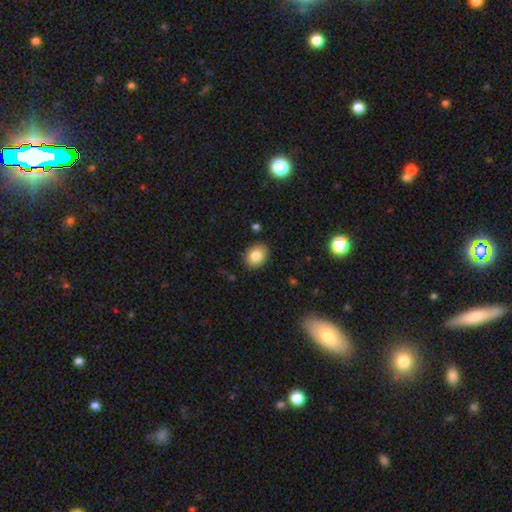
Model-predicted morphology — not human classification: The model was most divided on "how rounded": in between: 58%, round: 41%, cigar-shaped: 1%. More confident: merging — none (87%); smooth or featured — smooth (84%).